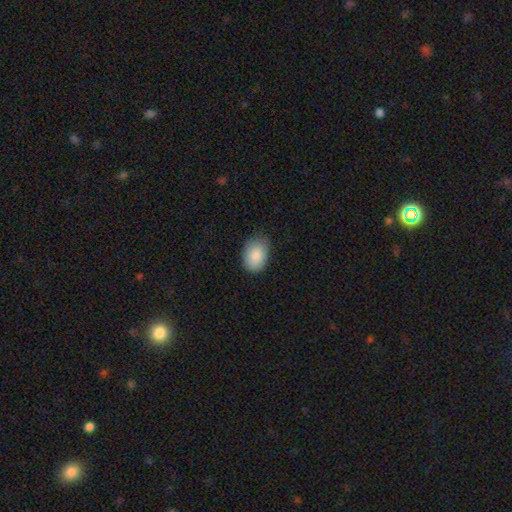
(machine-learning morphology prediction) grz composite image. It shows a smooth galaxy with no disk features (87%) that is in between round and cigar-shaped (80%). Merging: none (74%).